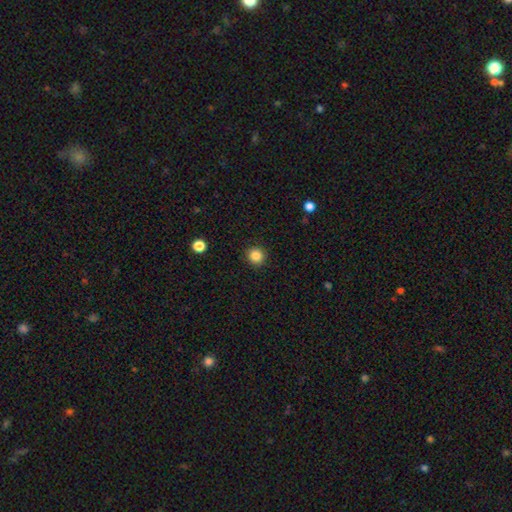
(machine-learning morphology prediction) smooth 85%, star or artifact 11%, featured or disk 4%. Down the decision tree: how rounded — round (94%); merging — none (92%).